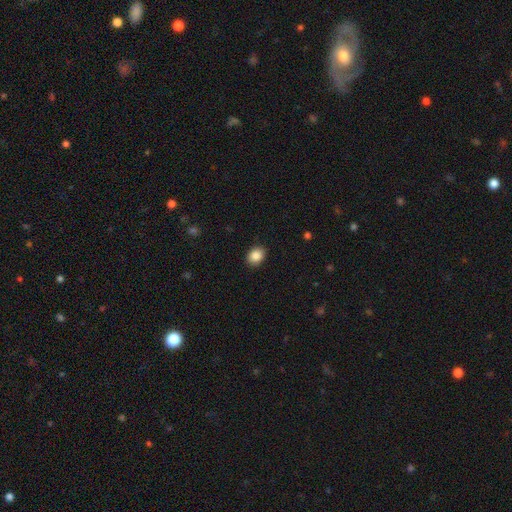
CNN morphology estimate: Smooth or featured?
  - smooth: 88% *
  - star or artifact: 8%
  - featured or disk: 4%
How rounded?
  - in between: 57% *
  - round: 42%
  - cigar-shaped: 1%
Merging?
  - none: 89% *
  - minor disturbance: 8%
  - major disturbance: 2%
  - merger: 1%